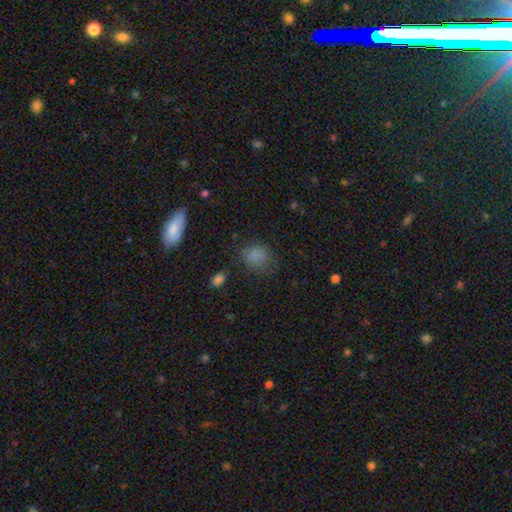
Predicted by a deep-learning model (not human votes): Q: Smooth or featured?
A: smooth (79%); runner-up: star or artifact (13%)
Q: How rounded?
A: round (57%); runner-up: in between (42%)
Q: Merging?
A: none (69%); runner-up: minor disturbance (20%)